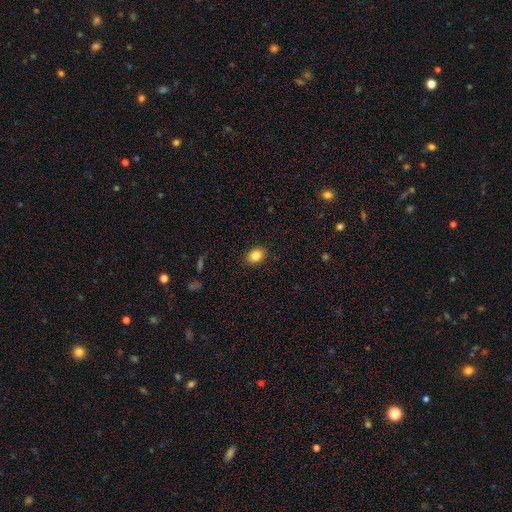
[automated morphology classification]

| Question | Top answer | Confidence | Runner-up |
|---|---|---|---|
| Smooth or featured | smooth | 84% | star or artifact (10%) |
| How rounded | in between | 61% | round (38%) |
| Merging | none | 88% | minor disturbance (9%) |